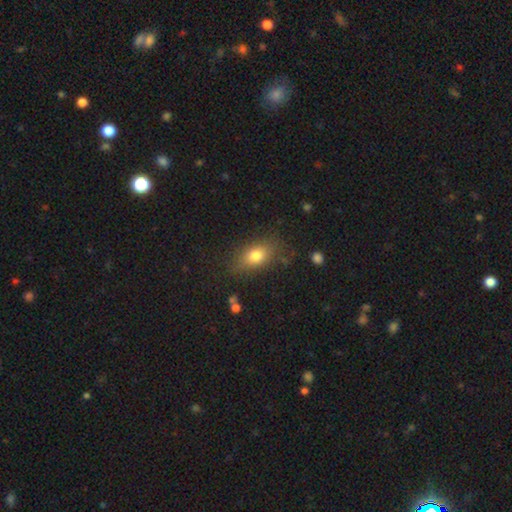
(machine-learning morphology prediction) The model was most divided on "merging": none: 77%, minor disturbance: 15%, major disturbance: 6%, merger: 2%. More confident: how rounded — in between (79%); smooth or featured — smooth (77%).